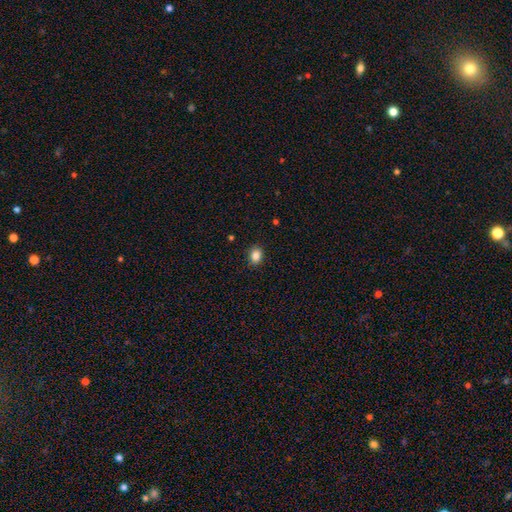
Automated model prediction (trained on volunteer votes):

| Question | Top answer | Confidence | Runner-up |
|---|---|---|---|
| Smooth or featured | smooth | 86% | star or artifact (10%) |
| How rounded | in between | 60% | round (39%) |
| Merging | none | 89% | minor disturbance (8%) |